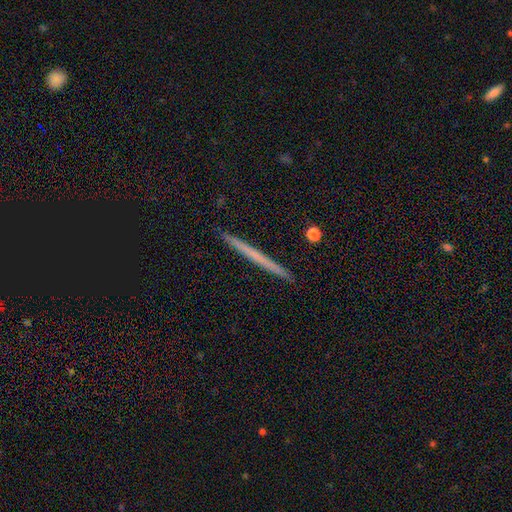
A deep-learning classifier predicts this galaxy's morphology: Overall: smooth (48%; featured or disk 45%). Merging: none (93%).